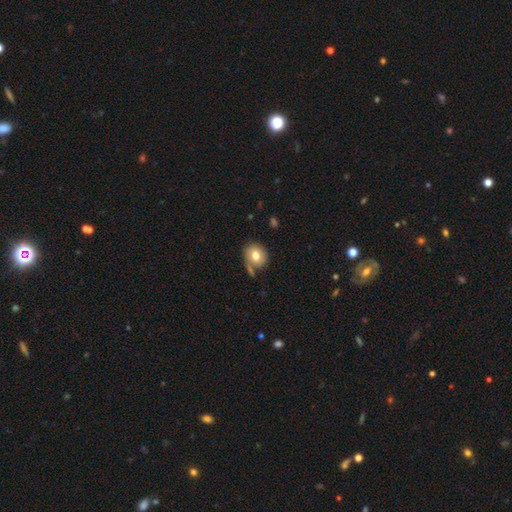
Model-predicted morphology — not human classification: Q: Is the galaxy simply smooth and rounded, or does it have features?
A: smooth — 71%.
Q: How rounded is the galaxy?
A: round — 69%.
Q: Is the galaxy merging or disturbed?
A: none — 59%.